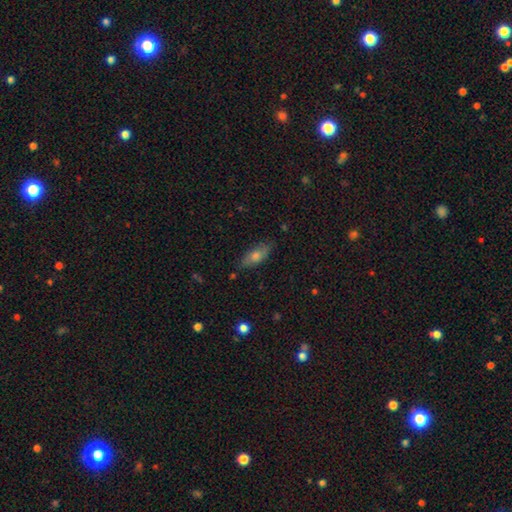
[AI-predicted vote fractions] Overall: smooth (61%; featured or disk 29%). How rounded: in between (67%; cigar-shaped 30%). Merging: none (82%).